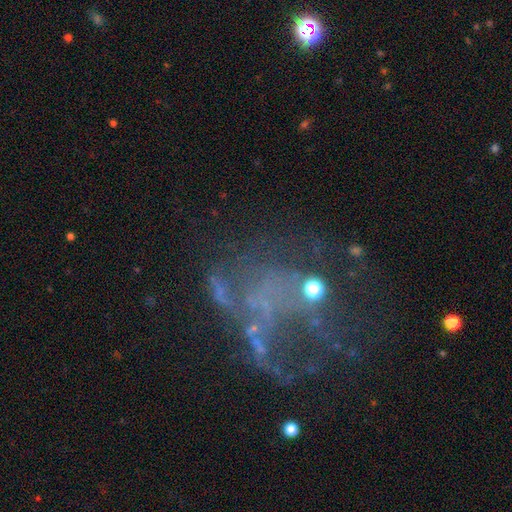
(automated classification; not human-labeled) Morphology: type=featured or disk (57%); edge-on=no (98%); bar=no (92%); spiral arms=no (85%); bulge=none (79%); merging=major disturbance (43%).